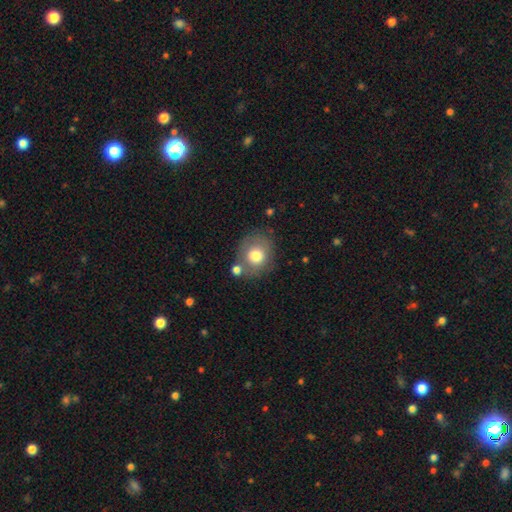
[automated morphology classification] smooth 73%, featured or disk 18%, star or artifact 9%. Down the decision tree: how rounded — round (71%); merging — none (66%).